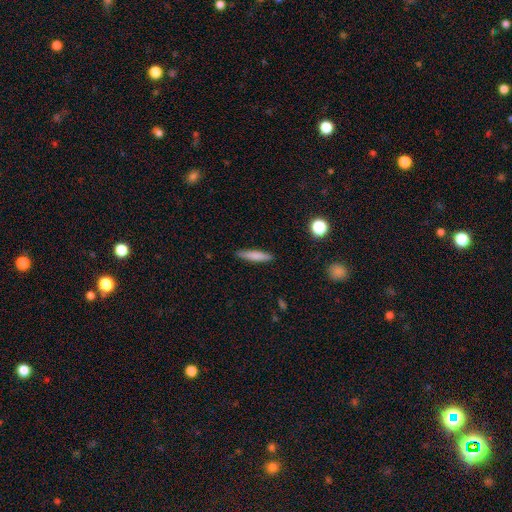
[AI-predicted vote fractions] smooth_or_featured: smooth (p=0.77) [alt: featured or disk p=0.16]
how_rounded: cigar-shaped (p=0.86) [alt: in between p=0.12]
merging: none (p=0.88) [alt: minor disturbance p=0.09]